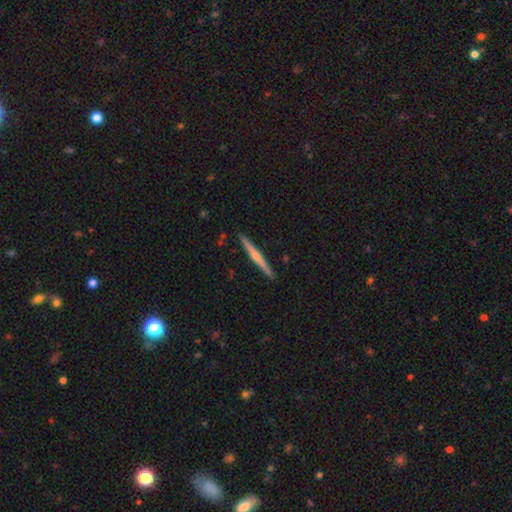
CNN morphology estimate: This appears to be a featured or disk galaxy (73%) viewed edge-on (98%) with a rounded central bulge (77%). Merging: none (92%).